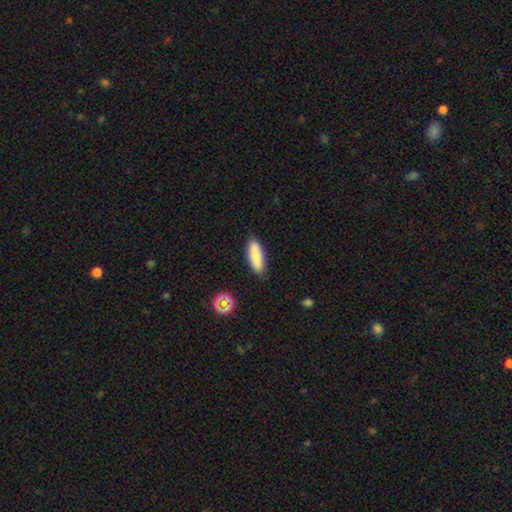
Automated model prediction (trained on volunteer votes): Smooth or featured?
  - smooth: 85% *
  - featured or disk: 8%
  - star or artifact: 7%
How rounded?
  - in between: 54% *
  - cigar-shaped: 44%
  - round: 2%
Merging?
  - none: 86% *
  - minor disturbance: 10%
  - major disturbance: 2%
  - merger: 1%